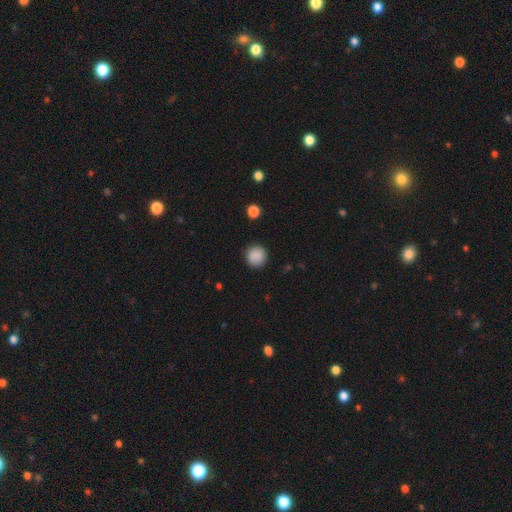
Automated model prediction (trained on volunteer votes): This is clearly a smooth galaxy (88%). How rounded: clearly round (94%). Merging: clearly none (90%).